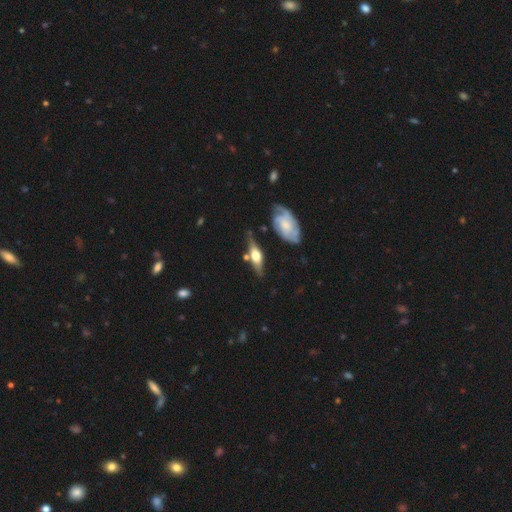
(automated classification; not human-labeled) Morphology: type=featured or disk (55%); edge-on=yes (77%); merging=none (65%).